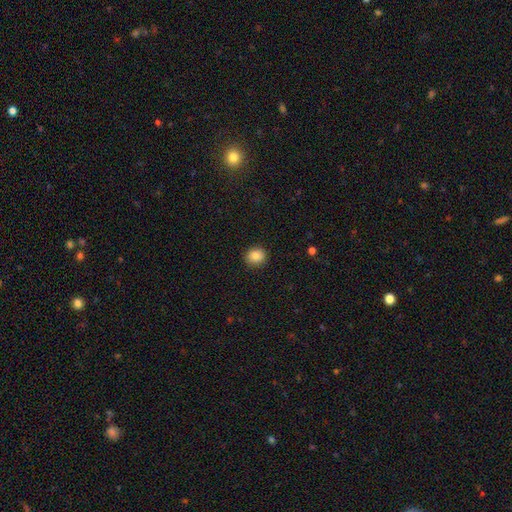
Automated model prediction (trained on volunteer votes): Smooth or featured: smooth — 85% (star or artifact — 10%)
How rounded: round — 74% (in between — 25%)
Merging: none — 89% (minor disturbance — 8%)